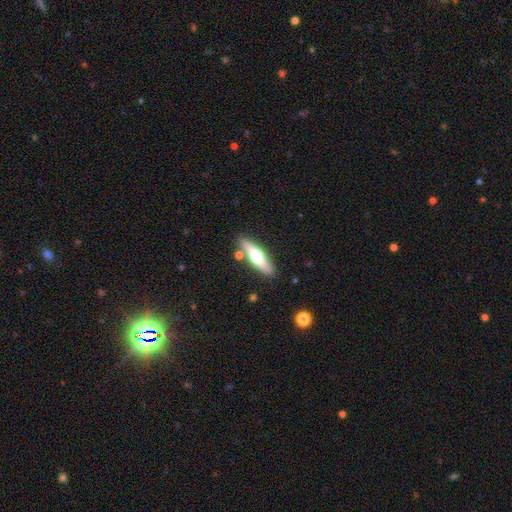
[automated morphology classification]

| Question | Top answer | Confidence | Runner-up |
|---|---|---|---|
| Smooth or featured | featured or disk | 48% | smooth (46%) |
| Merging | none | 82% | minor disturbance (10%) |